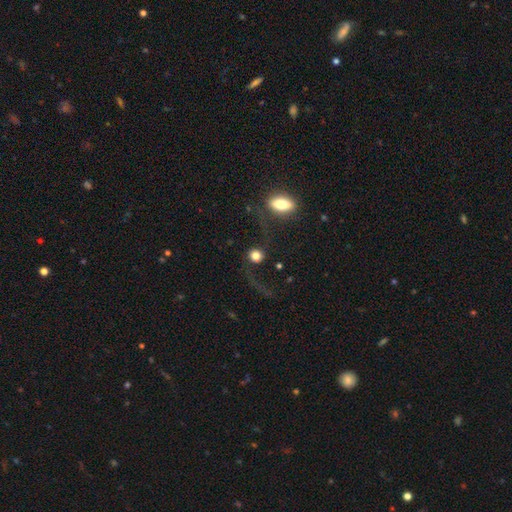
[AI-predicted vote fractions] Smooth or featured? smooth (66%)
How rounded? round (85%)
Merging? none (57%)